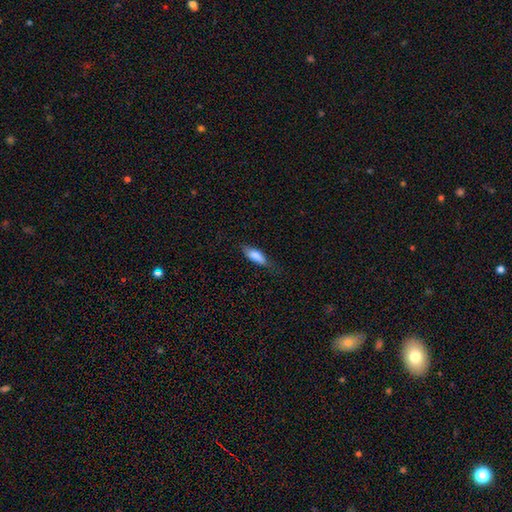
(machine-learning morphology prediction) smooth_or_featured: smooth (p=0.81) [alt: featured or disk p=0.12]
how_rounded: in between (p=0.65) [alt: cigar-shaped p=0.33]
merging: none (p=0.68) [alt: minor disturbance p=0.25]